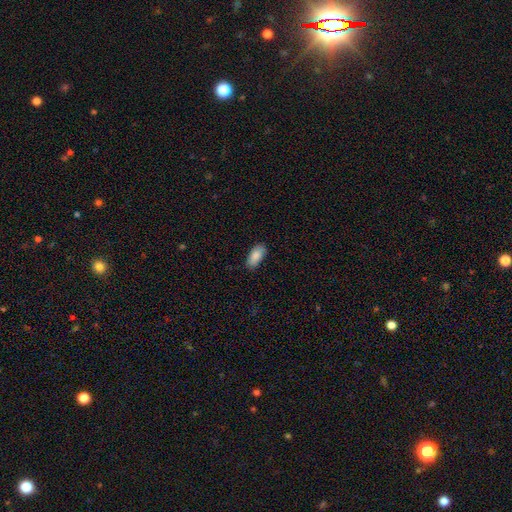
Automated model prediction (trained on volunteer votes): This is clearly a smooth galaxy (88%). How rounded: clearly in between (91%). Merging: clearly none (83%).